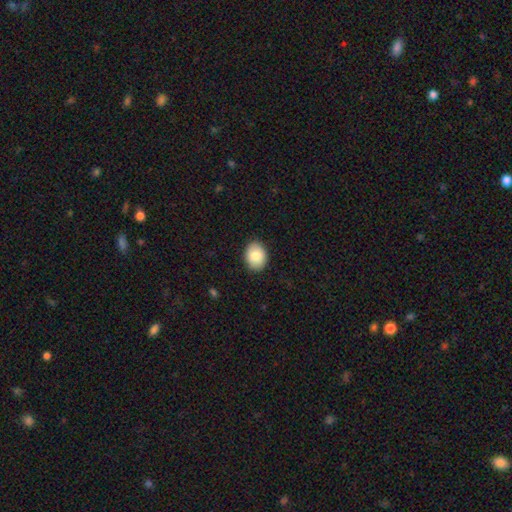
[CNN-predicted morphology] A smooth galaxy with no disk features (84%) that is in between round and cigar-shaped (62%). Merging: none (88%).